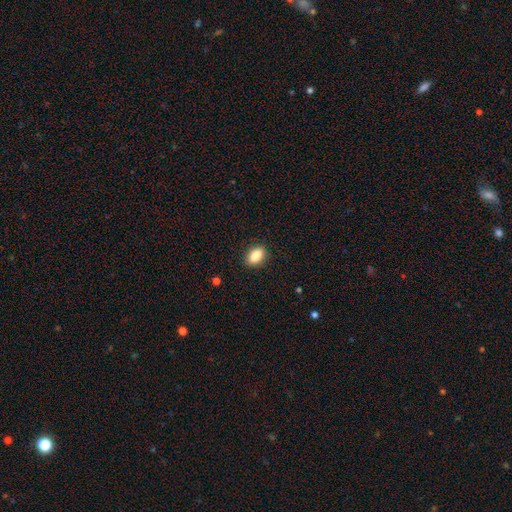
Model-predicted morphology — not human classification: Overall: smooth (86%). How rounded: in between (85%). Merging: none (88%).